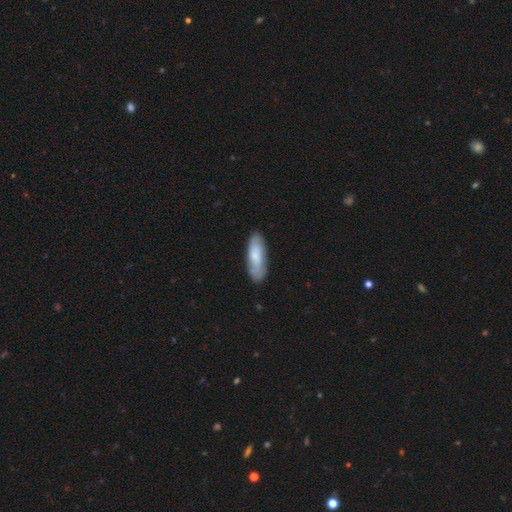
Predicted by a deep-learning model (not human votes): This appears to be a smooth galaxy with no disk features (69%) that is in between round and cigar-shaped (59%). Merging: none (79%).